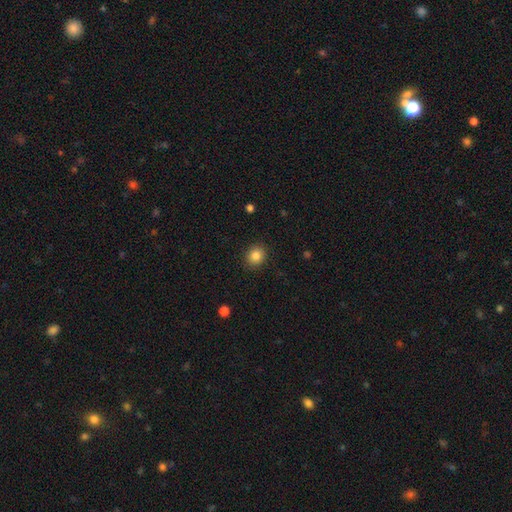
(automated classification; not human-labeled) Smooth or featured?
  - smooth: 84% *
  - star or artifact: 10%
  - featured or disk: 6%
How rounded?
  - round: 72% *
  - in between: 27%
  - cigar-shaped: 1%
Merging?
  - none: 90% *
  - minor disturbance: 7%
  - major disturbance: 2%
  - merger: 1%